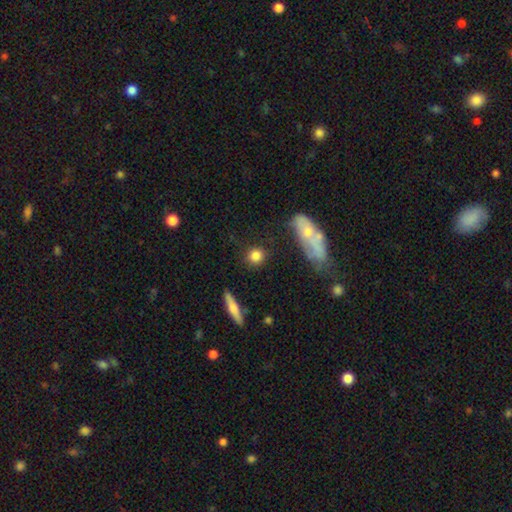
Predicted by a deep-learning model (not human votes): smooth-or-featured: smooth: 83% | star or artifact: 9% | featured or disk: 8%
  how-rounded: round: 81% | in between: 15% | cigar-shaped: 3%
  merging: none: 82% | minor disturbance: 10% | merger: 4% | major disturbance: 3%